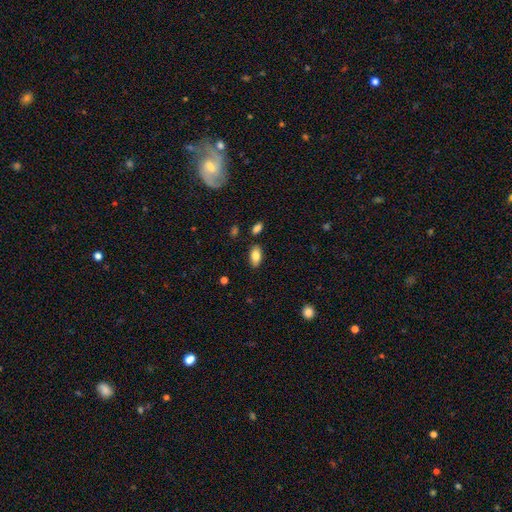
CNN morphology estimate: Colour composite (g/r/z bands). It shows a smooth galaxy with no disk features (83%) that is in between round and cigar-shaped (92%). Merging: none (85%).